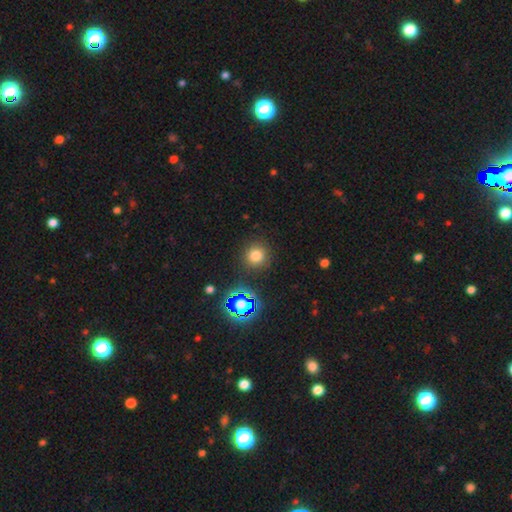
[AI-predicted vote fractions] Morphology: type=smooth (74%); roundness=round (92%); merging=none (89%).